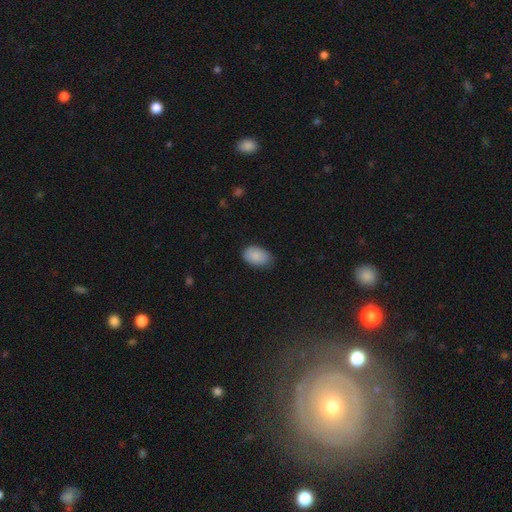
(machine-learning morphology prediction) smooth_or_featured: smooth (p=0.86) [alt: star or artifact p=0.07]
how_rounded: in between (p=0.90) [alt: round p=0.09]
merging: none (p=0.72) [alt: minor disturbance p=0.23]